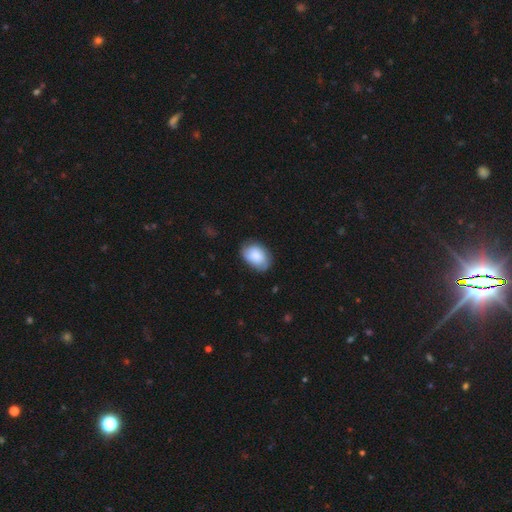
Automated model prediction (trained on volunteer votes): The model was most divided on "merging": none: 74%, minor disturbance: 21%, major disturbance: 4%, merger: 1%. More confident: how rounded — in between (84%); smooth or featured — smooth (82%).